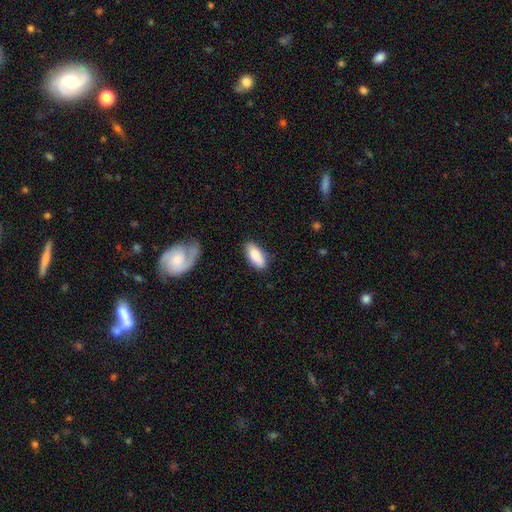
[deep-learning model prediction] A smooth galaxy with no disk features (81%) that is in between round and cigar-shaped (81%).

Vote fractions:
- Smooth or featured? smooth: 81% / featured or disk: 13% / star or artifact: 6%
- How rounded? in between: 81% / cigar-shaped: 17% / round: 2%
- Merging? none: 80% / minor disturbance: 15% / major disturbance: 3% / merger: 2%